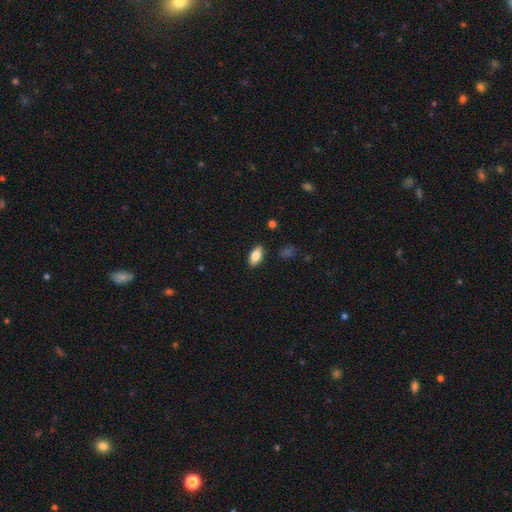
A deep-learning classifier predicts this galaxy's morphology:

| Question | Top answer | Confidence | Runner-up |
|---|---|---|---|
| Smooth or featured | smooth | 81% | featured or disk (12%) |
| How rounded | in between | 88% | cigar-shaped (9%) |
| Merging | none | 88% | minor disturbance (9%) |